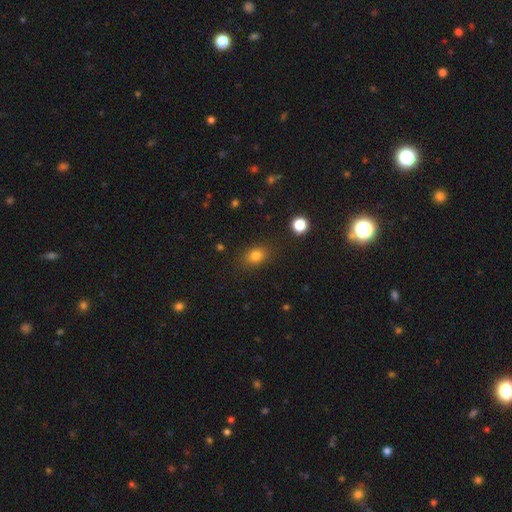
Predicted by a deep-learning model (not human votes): Smooth or featured: smooth — 81% (star or artifact — 12%)
How rounded: in between — 69% (round — 29%)
Merging: none — 85% (minor disturbance — 11%)